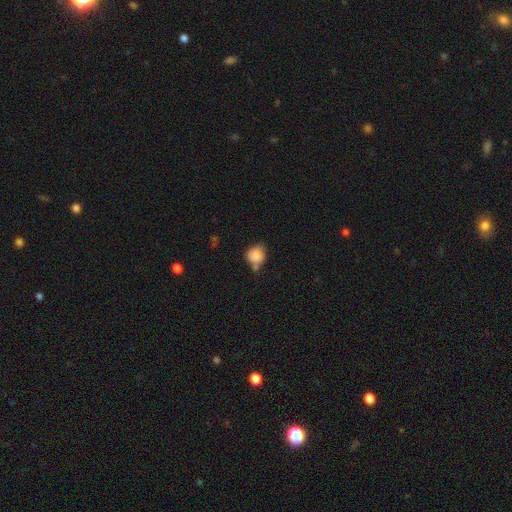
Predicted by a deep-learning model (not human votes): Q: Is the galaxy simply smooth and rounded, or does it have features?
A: smooth — 84%.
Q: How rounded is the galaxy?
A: round — 77%.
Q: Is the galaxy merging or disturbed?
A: none — 51%.